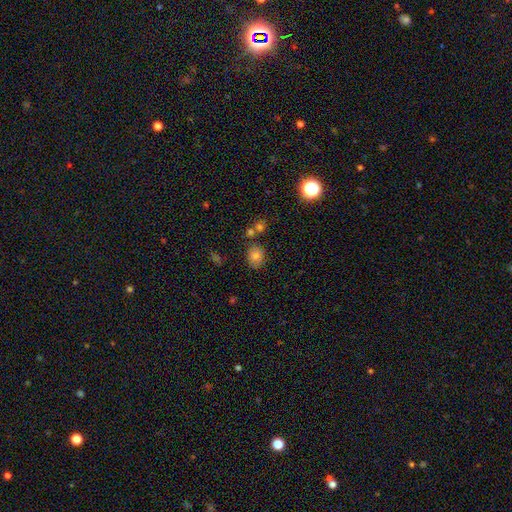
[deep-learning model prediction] Smooth or featured? Predicted: smooth (p=0.78). How rounded? Predicted: round (p=0.63). Merging? Predicted: none (p=0.73).